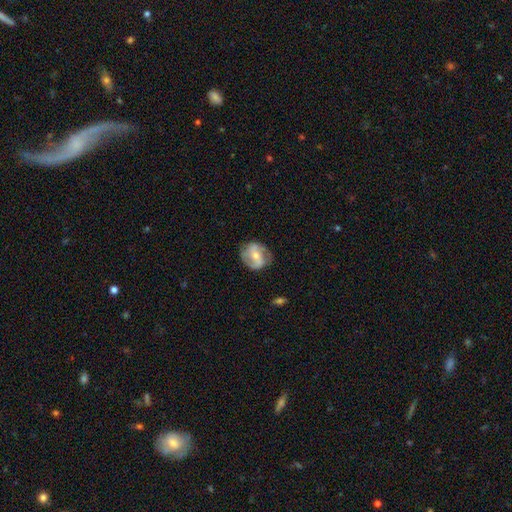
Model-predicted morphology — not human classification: The model was most divided on "bar": no: 39%, weak: 38%, strong: 23%. Remaining: edge-on disk — no (97%); spiral arms — yes (82%); spiral arm count — 2 (80%); merging — none (73%); smooth or featured — featured or disk (67%); bulge size — moderate (51%); spiral winding — medium (45%).